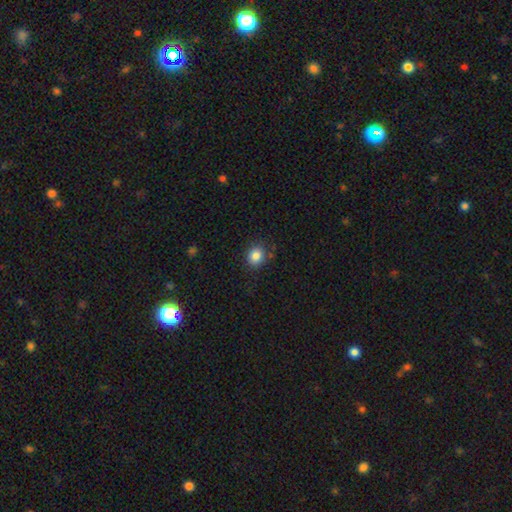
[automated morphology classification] This is clearly a smooth galaxy (85%). How rounded: likely round (72%). Merging: clearly none (82%).